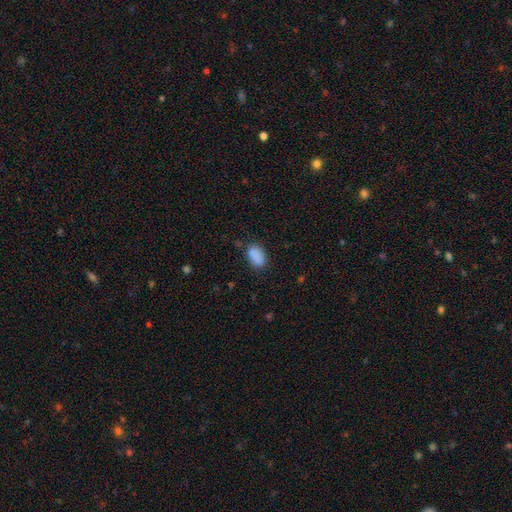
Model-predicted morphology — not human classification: Smooth or featured? Predicted: smooth (p=0.87). How rounded? Predicted: in between (p=0.90). Merging? Predicted: none (p=0.77).